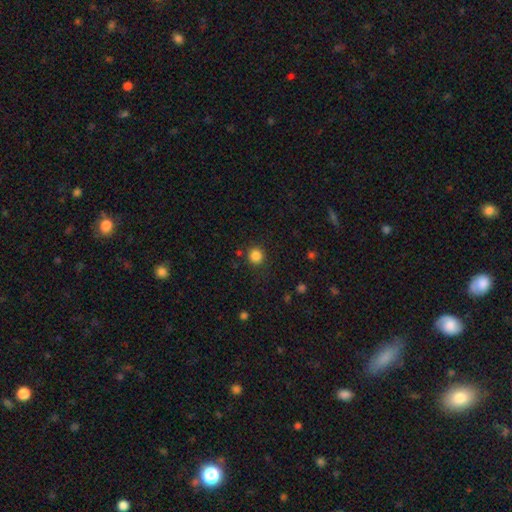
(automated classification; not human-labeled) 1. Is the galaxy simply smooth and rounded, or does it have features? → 85% smooth, 12% star or artifact, 3% featured or disk.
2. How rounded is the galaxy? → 91% round, 8% in between, 1% cigar-shaped.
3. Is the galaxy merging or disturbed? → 87% none, 8% minor disturbance, 3% major disturbance, 2% merger.